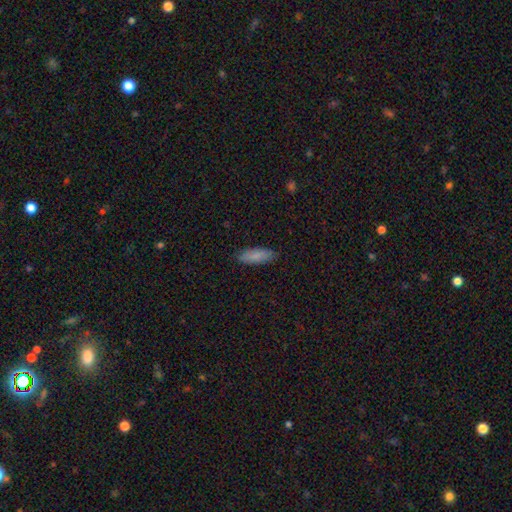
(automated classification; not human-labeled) Smooth or featured: smooth — 85% (featured or disk — 9%)
How rounded: in between — 66% (cigar-shaped — 33%)
Merging: none — 86% (minor disturbance — 11%)